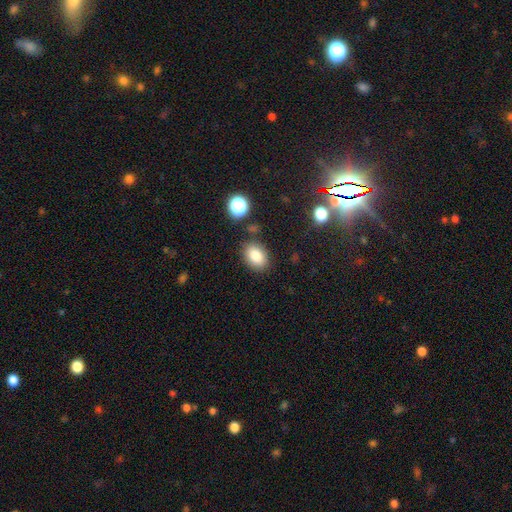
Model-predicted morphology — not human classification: smooth 84%, star or artifact 10%, featured or disk 7%. Down the decision tree: how rounded — in between (78%); merging — none (82%).